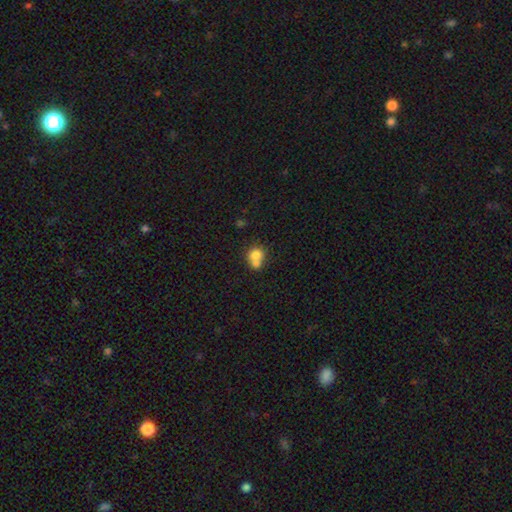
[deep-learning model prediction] smooth_or_featured: smooth (p=0.76) [alt: featured or disk p=0.14]
how_rounded: round (p=0.73) [alt: in between p=0.26]
merging: merger (p=0.57) [alt: none p=0.31]